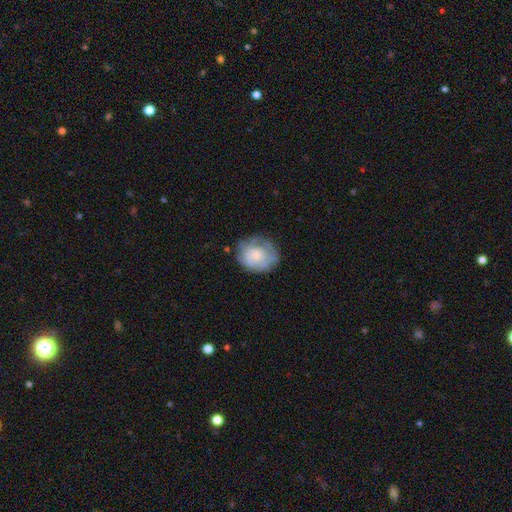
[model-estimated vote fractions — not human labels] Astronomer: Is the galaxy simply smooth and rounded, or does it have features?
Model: smooth — 47% (runner-up: featured or disk, 45%).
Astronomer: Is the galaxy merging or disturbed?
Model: none — 62%.